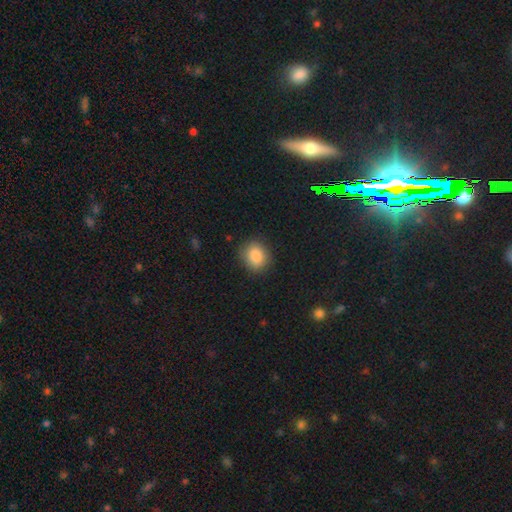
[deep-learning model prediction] This appears to be a smooth galaxy with no disk features (87%) that is round (60%). Merging: none (85%).